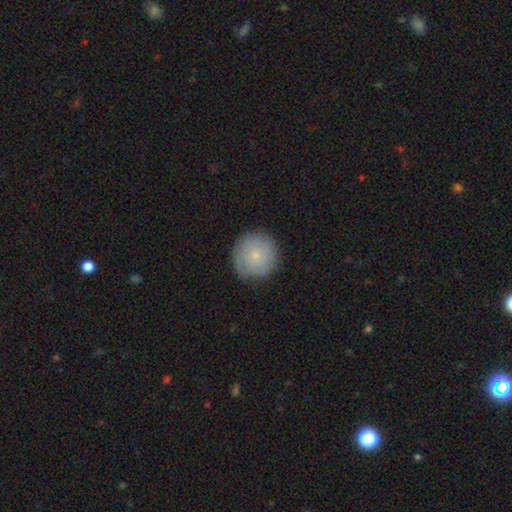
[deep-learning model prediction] smooth_or_featured: smooth (p=0.71) [alt: featured or disk p=0.22]
how_rounded: round (p=0.95) [alt: in between p=0.04]
merging: none (p=0.85) [alt: minor disturbance p=0.11]